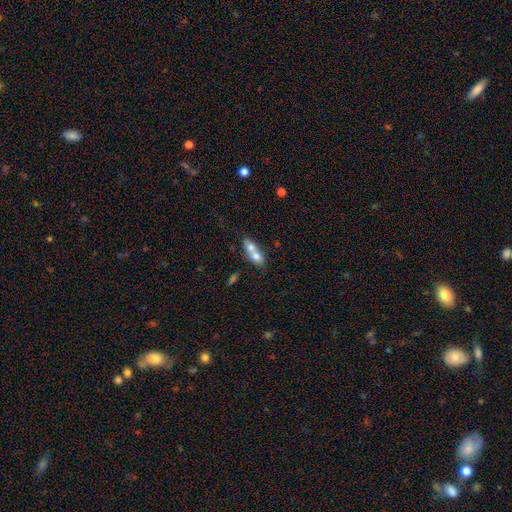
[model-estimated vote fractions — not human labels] Q: Smooth or featured?
A: smooth (67%); runner-up: featured or disk (24%)
Q: How rounded?
A: in between (64%); runner-up: round (27%)
Q: Merging?
A: merger (73%); runner-up: none (17%)